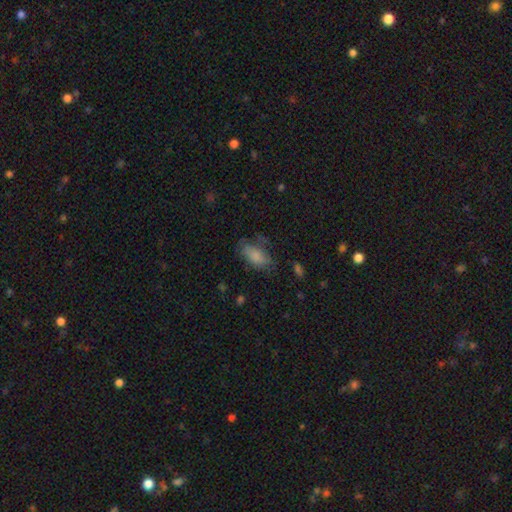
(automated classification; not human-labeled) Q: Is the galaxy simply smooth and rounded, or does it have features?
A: smooth — 81%.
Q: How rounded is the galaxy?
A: in between — 90%.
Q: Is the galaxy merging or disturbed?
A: none — 57%.